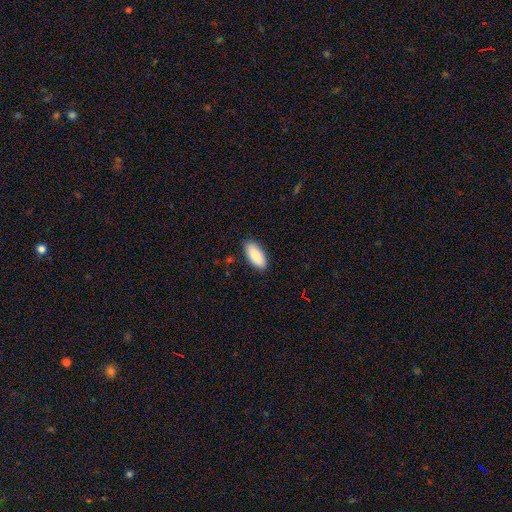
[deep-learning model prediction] smooth-or-featured: smooth: 88% | featured or disk: 7% | star or artifact: 6%
  how-rounded: in between: 90% | cigar-shaped: 8% | round: 2%
  merging: none: 88% | minor disturbance: 9% | major disturbance: 2% | merger: 1%